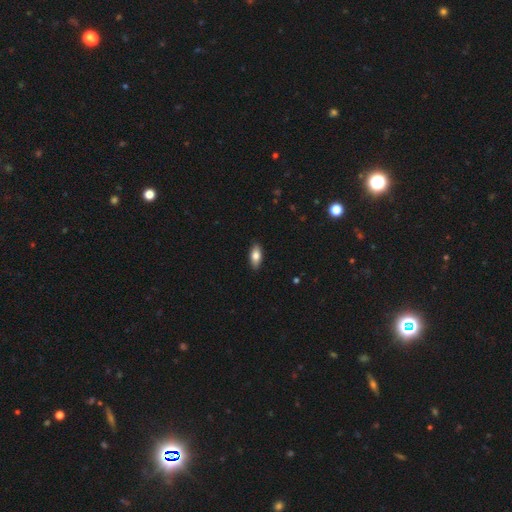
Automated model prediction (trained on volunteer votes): Morphology: type=smooth (79%); roundness=in between (85%); merging=none (89%).